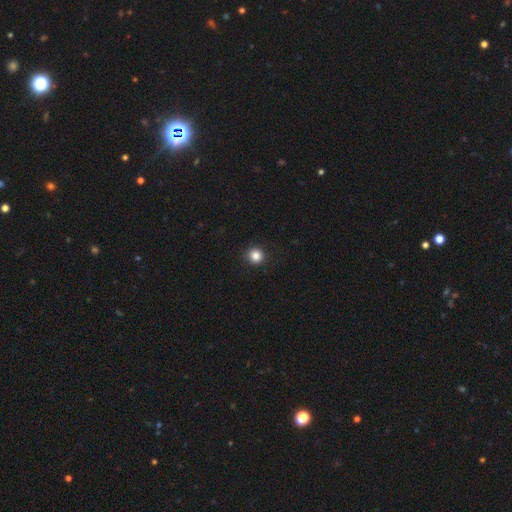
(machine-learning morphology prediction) Smooth or featured: smooth — 85% (star or artifact — 11%)
How rounded: round — 94% (in between — 5%)
Merging: none — 92% (minor disturbance — 5%)